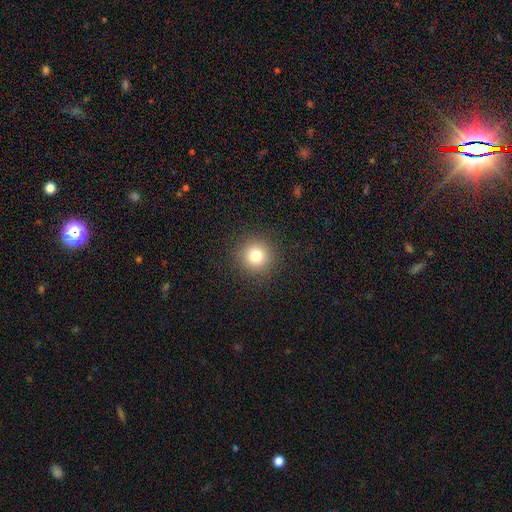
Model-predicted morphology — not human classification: Smooth or featured? smooth (79%)
How rounded? round (94%)
Merging? none (91%)